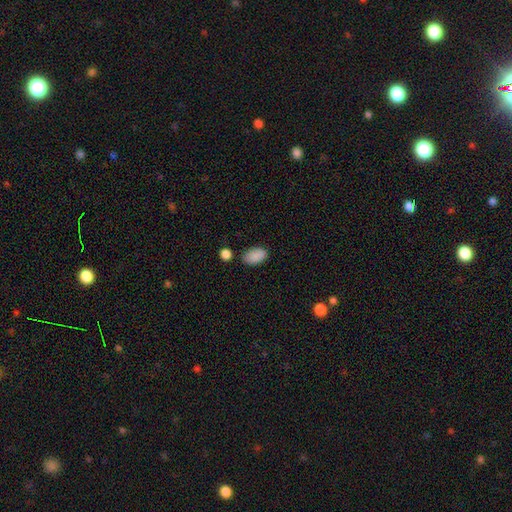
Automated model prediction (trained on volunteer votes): This appears to be a smooth galaxy with no disk features (89%) that is in between round and cigar-shaped (93%). Merging: none (79%).